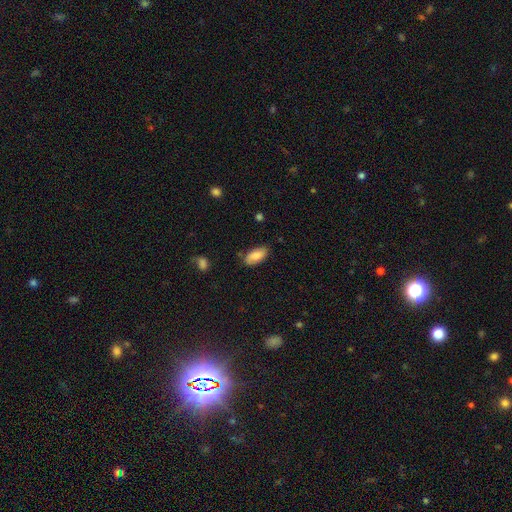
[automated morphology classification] smooth-or-featured: smooth: 83% | featured or disk: 10% | star or artifact: 7%
  how-rounded: in between: 90% | cigar-shaped: 7% | round: 2%
  merging: none: 77% | minor disturbance: 17% | major disturbance: 3% | merger: 2%